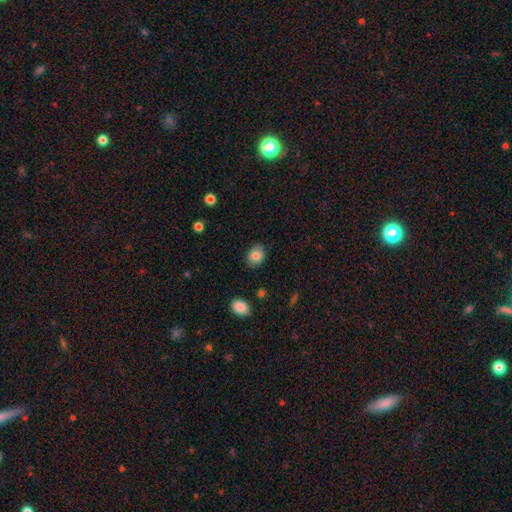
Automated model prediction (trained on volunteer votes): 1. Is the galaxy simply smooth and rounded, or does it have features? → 83% smooth, 9% star or artifact, 8% featured or disk.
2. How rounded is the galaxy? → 55% in between, 45% round, 1% cigar-shaped.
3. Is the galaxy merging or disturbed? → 82% none, 14% minor disturbance, 3% major disturbance, 1% merger.